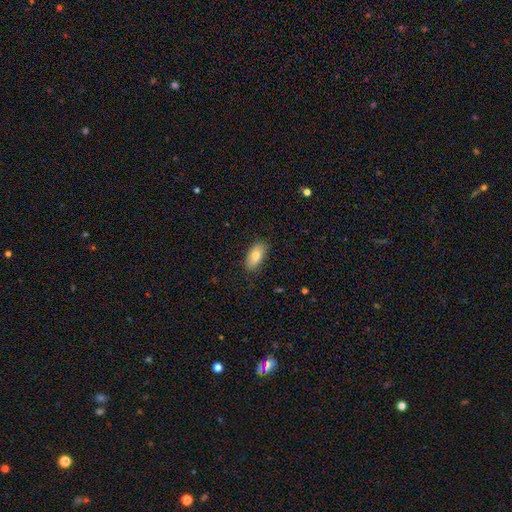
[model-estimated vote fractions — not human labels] This is likely a smooth galaxy (78%). How rounded: clearly in between (90%). Merging: clearly none (86%).